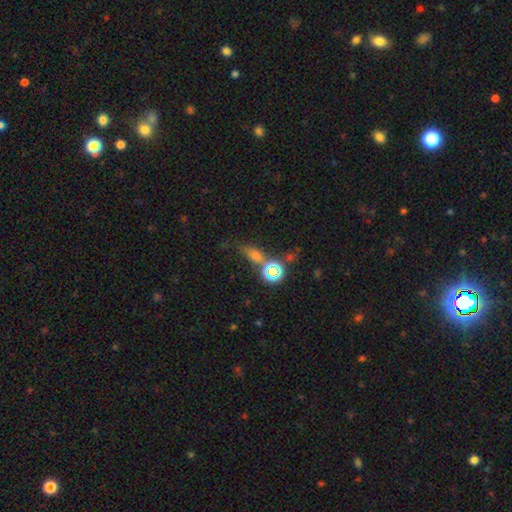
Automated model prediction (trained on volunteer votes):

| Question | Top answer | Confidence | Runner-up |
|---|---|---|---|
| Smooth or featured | smooth | 52% | star or artifact (34%) |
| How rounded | in between | 52% | round (28%) |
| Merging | none | 58% | merger (17%) |